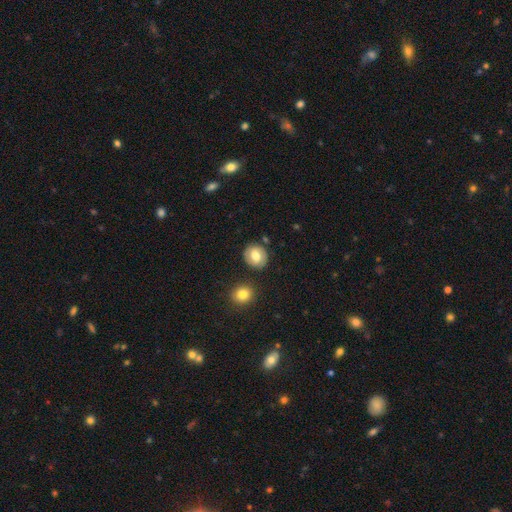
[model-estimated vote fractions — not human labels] Q: Smooth or featured?
A: smooth (66%); runner-up: featured or disk (26%)
Q: How rounded?
A: round (75%); runner-up: in between (24%)
Q: Merging?
A: none (83%); runner-up: minor disturbance (10%)